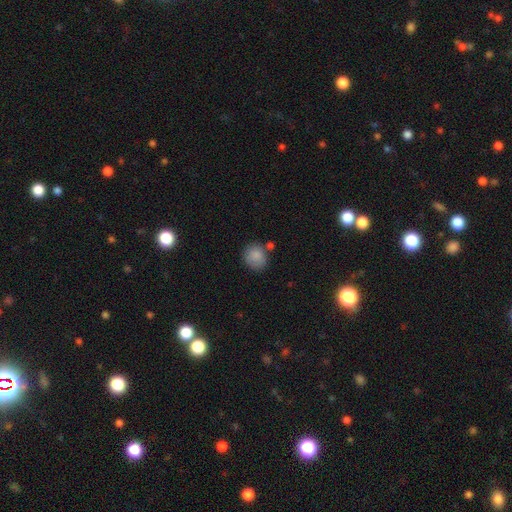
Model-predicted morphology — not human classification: Smooth or featured? smooth (85%)
How rounded? round (75%)
Merging? none (62%)